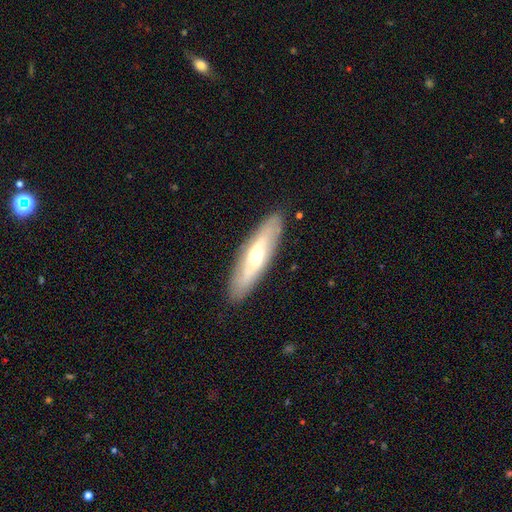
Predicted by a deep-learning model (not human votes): Q: Smooth or featured?
A: featured or disk (56%); runner-up: smooth (39%)
Q: Edge-on disk?
A: no (54%); runner-up: yes (46%)
Q: Merging?
A: none (87%); runner-up: minor disturbance (9%)